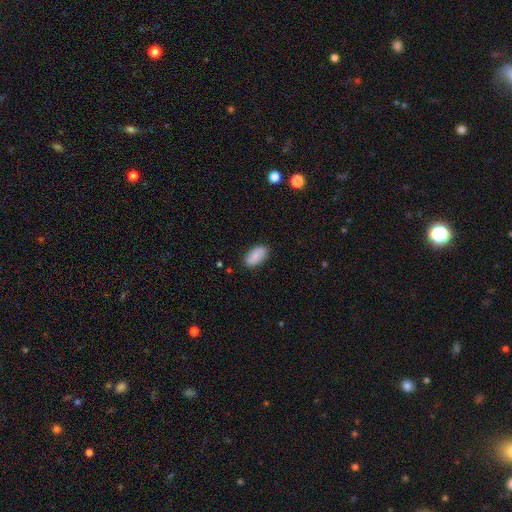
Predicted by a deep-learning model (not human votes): A smooth galaxy with no disk features (80%) that is in between round and cigar-shaped (92%).

Vote fractions:
- Smooth or featured? smooth: 80% / featured or disk: 13% / star or artifact: 7%
- How rounded? in between: 92% / round: 4% / cigar-shaped: 4%
- Merging? none: 83% / minor disturbance: 13% / major disturbance: 3% / merger: 2%